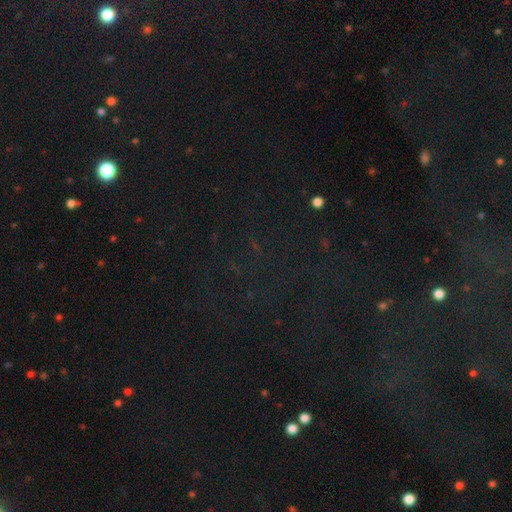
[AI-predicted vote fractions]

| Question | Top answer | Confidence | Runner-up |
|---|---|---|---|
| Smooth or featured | star or artifact | 76% | smooth (15%) |